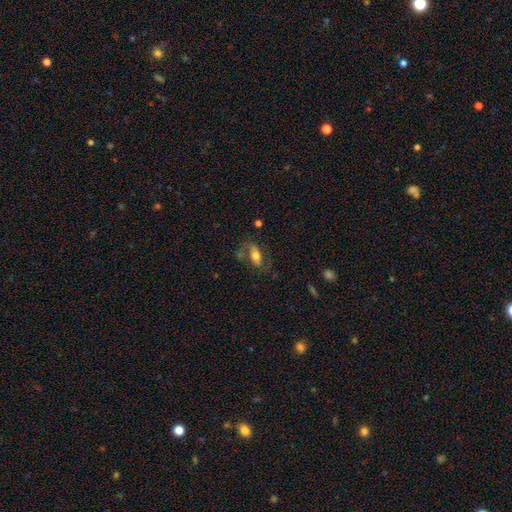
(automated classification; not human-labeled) A smooth galaxy with no disk features (56%) that is in between round and cigar-shaped (84%). Merging: none (54%).